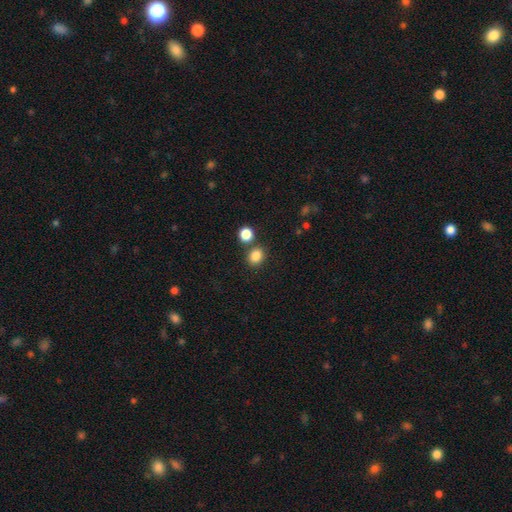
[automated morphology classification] Smooth or featured: smooth — 85% (star or artifact — 11%)
How rounded: round — 63% (in between — 36%)
Merging: none — 74% (merger — 14%)